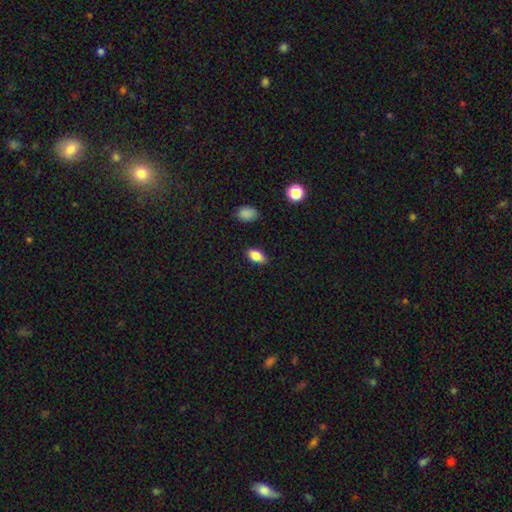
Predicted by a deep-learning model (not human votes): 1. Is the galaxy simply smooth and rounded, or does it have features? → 85% smooth, 8% star or artifact, 7% featured or disk.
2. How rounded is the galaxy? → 90% in between, 6% round, 4% cigar-shaped.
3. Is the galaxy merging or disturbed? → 85% none, 12% minor disturbance, 2% major disturbance, 1% merger.